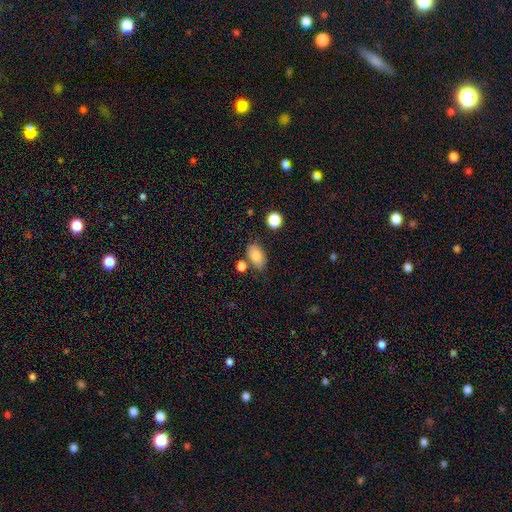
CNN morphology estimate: A smooth galaxy with no disk features (82%) that is in between round and cigar-shaped (88%).

Vote fractions:
- Smooth or featured? smooth: 82% / featured or disk: 9% / star or artifact: 9%
- How rounded? in between: 88% / round: 10% / cigar-shaped: 2%
- Merging? none: 68% / minor disturbance: 17% / merger: 10% / major disturbance: 5%